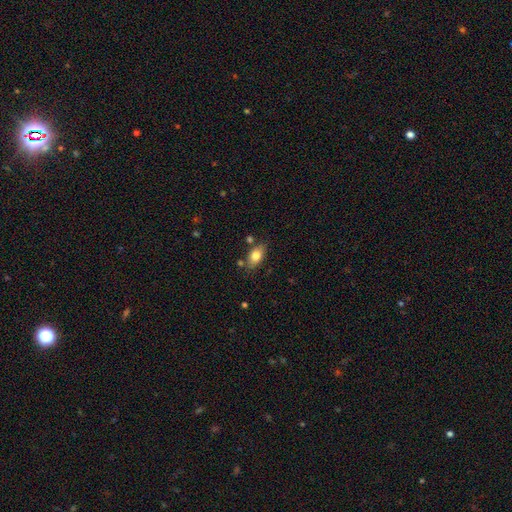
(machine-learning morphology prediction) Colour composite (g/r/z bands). It shows a smooth galaxy with no disk features (79%) that is in between round and cigar-shaped (87%). Merging: none (74%).